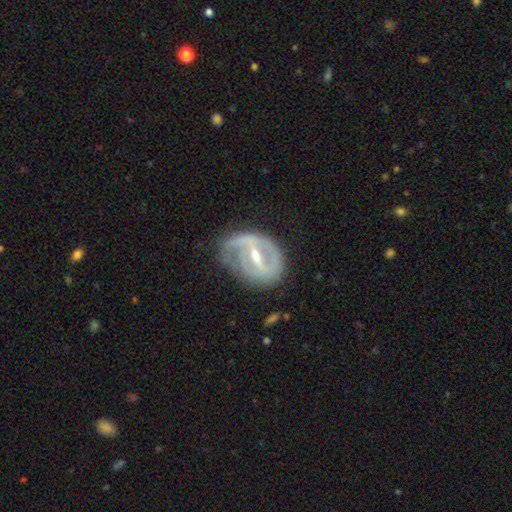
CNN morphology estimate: A featured or disk galaxy (82%) with a strong bar (58%), 2 (55%) tight (47%) spiral arms (77%) and a moderate central bulge (57%). Merging: none (60%).